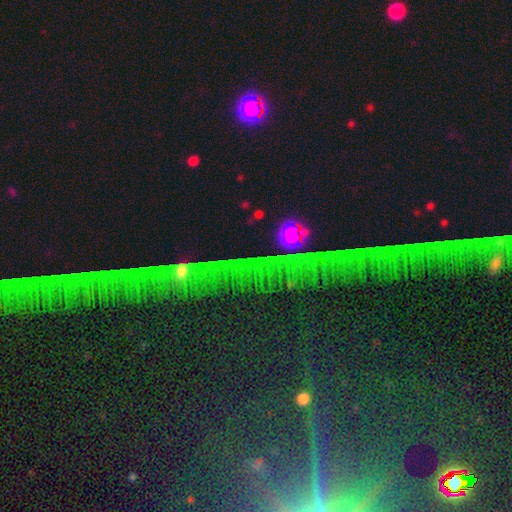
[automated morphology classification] Q: Smooth or featured?
A: star or artifact (78%); runner-up: featured or disk (11%)